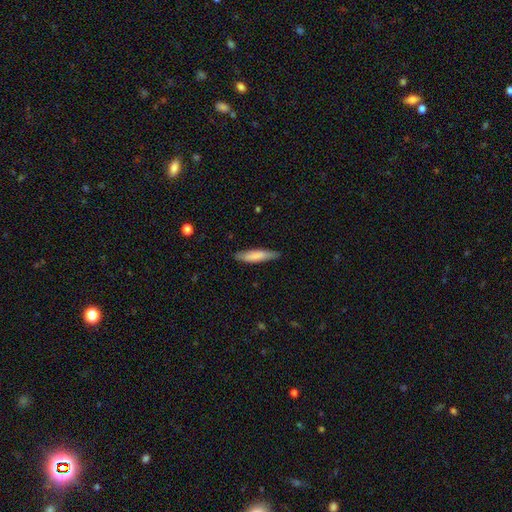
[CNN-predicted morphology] smooth_or_featured: smooth (p=0.77) [alt: featured or disk p=0.17]
how_rounded: cigar-shaped (p=0.80) [alt: in between p=0.19]
merging: none (p=0.82) [alt: minor disturbance p=0.15]